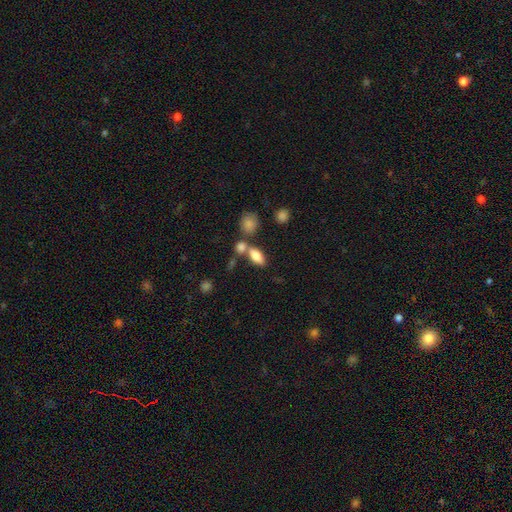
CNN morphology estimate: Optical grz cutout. It shows a smooth galaxy with no disk features (79%) that is in between round and cigar-shaped (84%). Merging: none (51%).